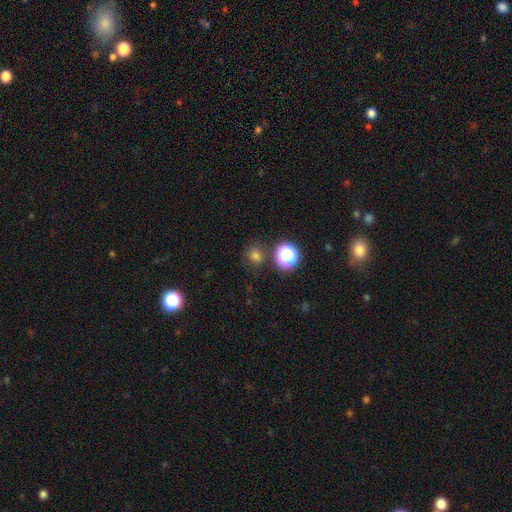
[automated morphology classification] Overall: smooth (73%). How rounded: round (83%). Merging: none (79%).